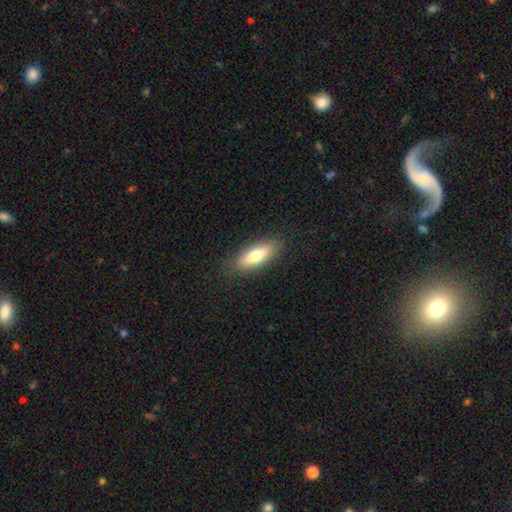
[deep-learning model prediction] Smooth or featured? smooth (73%)
How rounded? in between (63%)
Merging? none (85%)